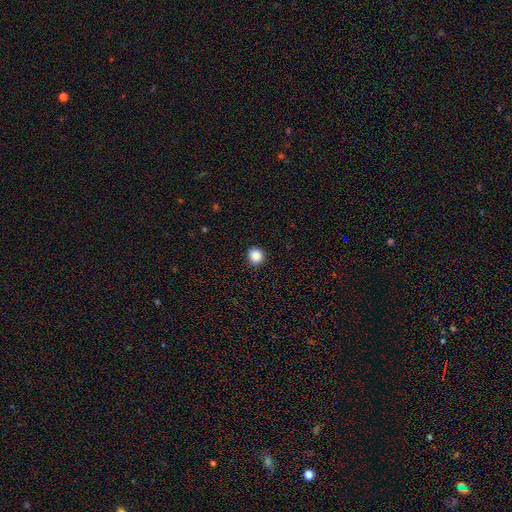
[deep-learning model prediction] This is clearly a smooth galaxy (87%). How rounded: clearly round (86%). Merging: clearly none (91%).